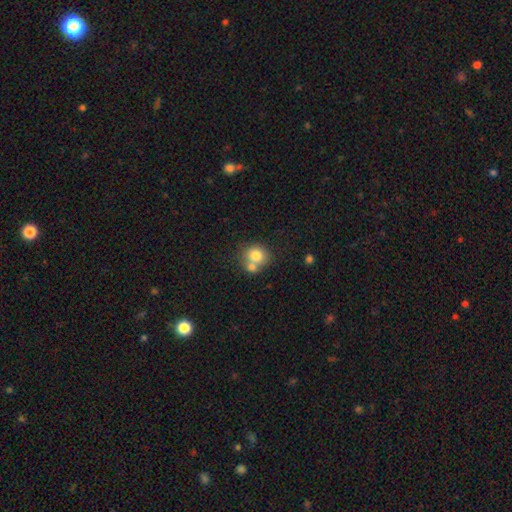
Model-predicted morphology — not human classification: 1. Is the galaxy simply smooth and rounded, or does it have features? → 77% smooth, 13% featured or disk, 10% star or artifact.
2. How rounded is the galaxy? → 80% round, 19% in between, 1% cigar-shaped.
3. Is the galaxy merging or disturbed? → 45% merger, 43% none, 9% minor disturbance, 3% major disturbance.